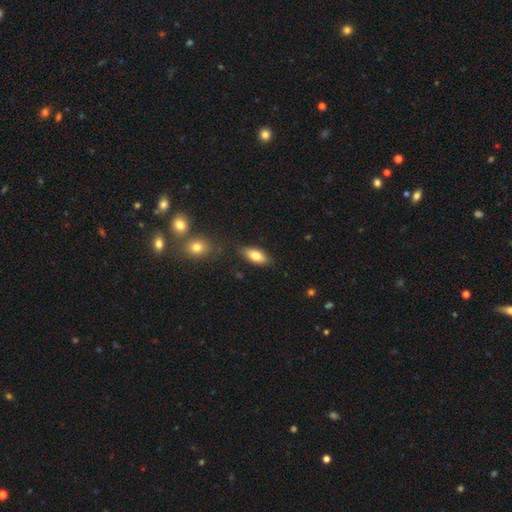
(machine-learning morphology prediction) smooth_or_featured: smooth (p=0.79) [alt: featured or disk p=0.14]
how_rounded: in between (p=0.88) [alt: cigar-shaped p=0.09]
merging: none (p=0.81) [alt: minor disturbance p=0.13]